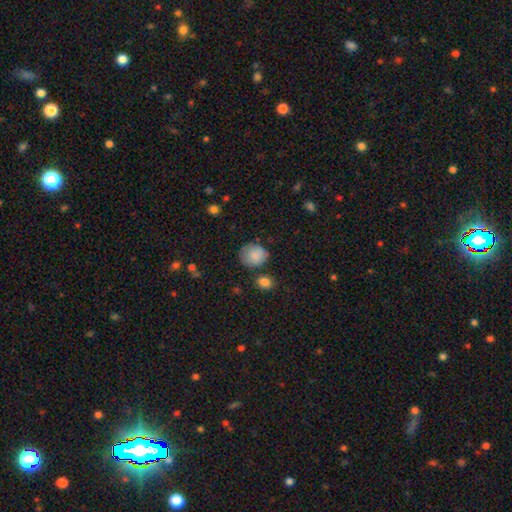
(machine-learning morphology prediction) smooth_or_featured: smooth (p=0.84) [alt: featured or disk p=0.09]
how_rounded: round (p=0.76) [alt: in between p=0.23]
merging: none (p=0.65) [alt: minor disturbance p=0.23]